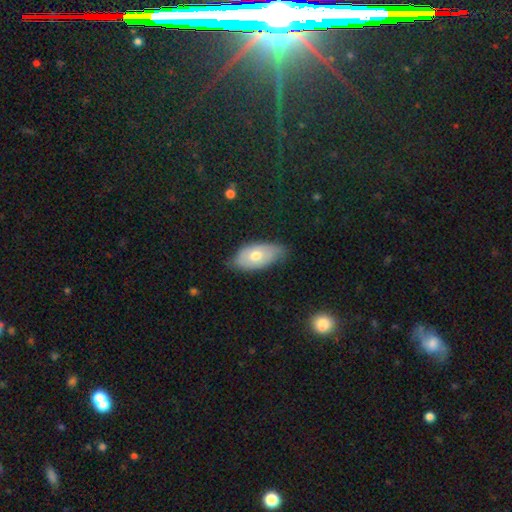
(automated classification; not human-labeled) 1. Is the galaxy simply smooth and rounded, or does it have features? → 60% smooth, 34% featured or disk, 7% star or artifact.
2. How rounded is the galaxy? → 92% in between, 4% round, 4% cigar-shaped.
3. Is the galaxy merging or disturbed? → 59% none, 34% minor disturbance, 6% major disturbance, 1% merger.